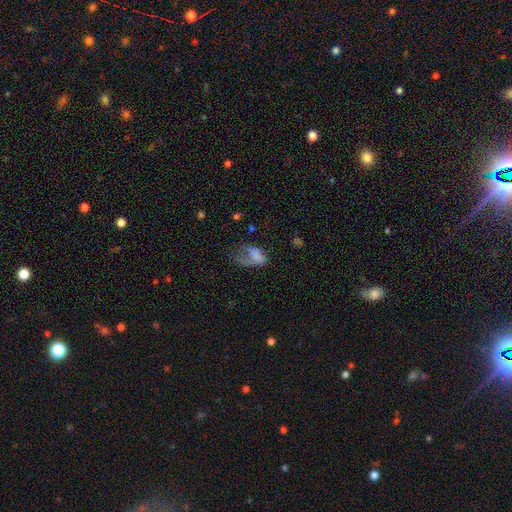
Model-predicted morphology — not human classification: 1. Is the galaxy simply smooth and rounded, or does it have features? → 61% smooth, 27% featured or disk, 11% star or artifact.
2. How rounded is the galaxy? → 89% in between, 8% round, 3% cigar-shaped.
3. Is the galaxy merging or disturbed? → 60% major disturbance, 19% minor disturbance, 17% none, 5% merger.